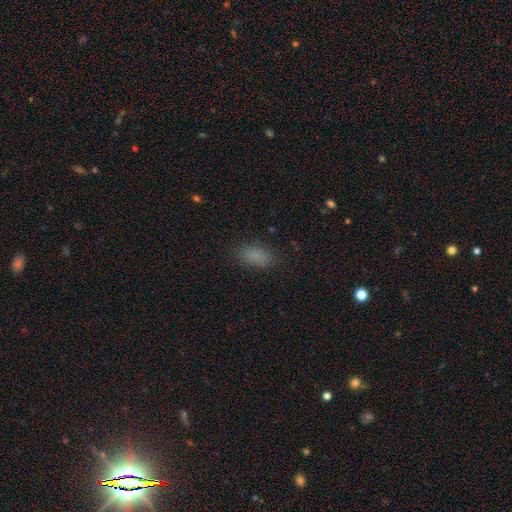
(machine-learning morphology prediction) smooth_or_featured: smooth (p=0.83) [alt: star or artifact p=0.12]
how_rounded: in between (p=0.90) [alt: round p=0.06]
merging: none (p=0.82) [alt: minor disturbance p=0.12]